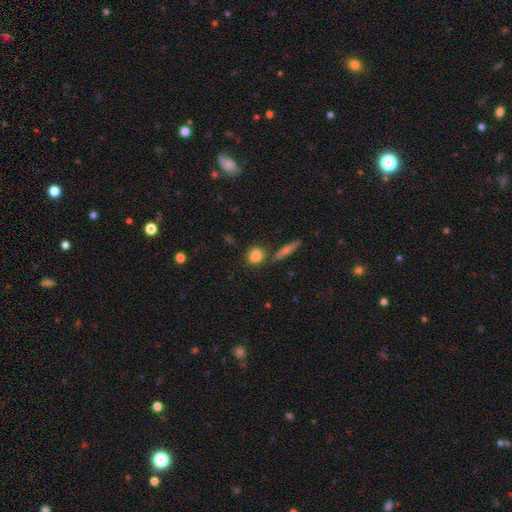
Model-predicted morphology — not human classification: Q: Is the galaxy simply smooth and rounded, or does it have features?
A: smooth — 83%.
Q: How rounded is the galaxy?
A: round — 77%.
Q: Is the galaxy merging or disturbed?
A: none — 74%.